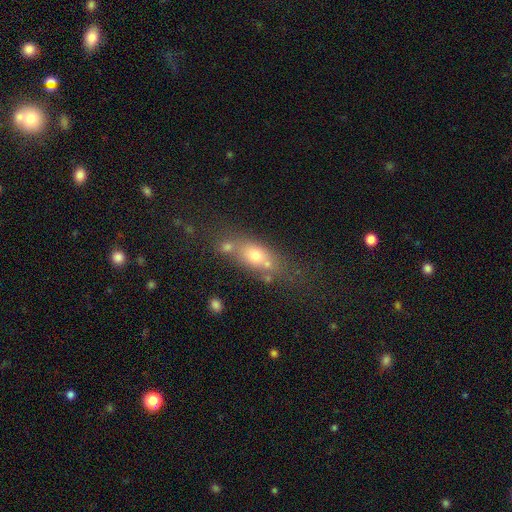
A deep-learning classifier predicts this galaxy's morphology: The model was most divided on "merging": none: 46%, merger: 31%, minor disturbance: 15%, major disturbance: 8%. More confident: smooth or featured — smooth (64%); how rounded — in between (62%).